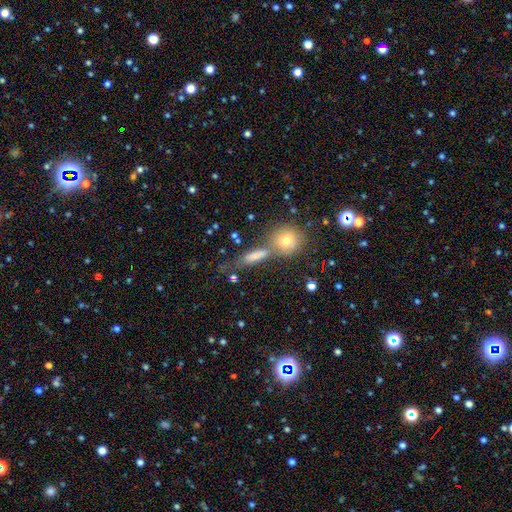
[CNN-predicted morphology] type=smooth (73%); roundness=cigar-shaped (48%); merging=none (54%).